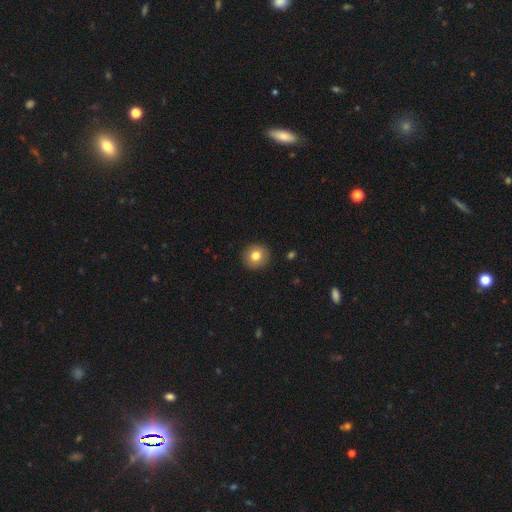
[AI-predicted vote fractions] smooth-or-featured: smooth: 80% | featured or disk: 10% | star or artifact: 9%
  how-rounded: round: 92% | in between: 7% | cigar-shaped: 1%
  merging: none: 91% | minor disturbance: 6% | major disturbance: 2% | merger: 1%